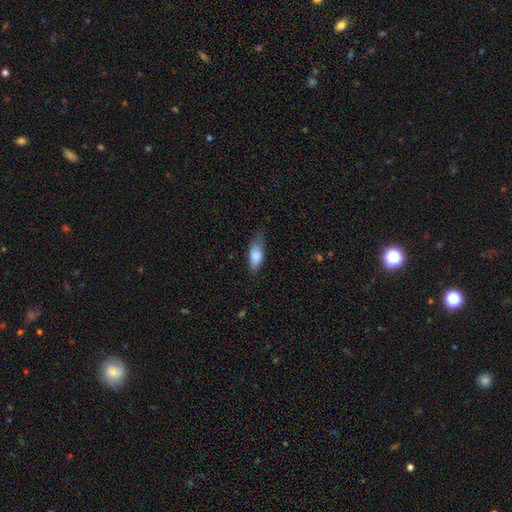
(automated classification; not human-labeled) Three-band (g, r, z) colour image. It shows a smooth galaxy with no disk features (83%) that is in between round and cigar-shaped (77%). Merging: none (67%).